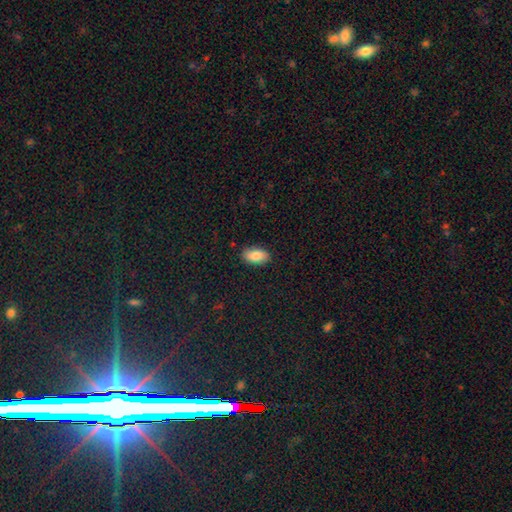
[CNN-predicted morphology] smooth-or-featured: smooth: 86% | featured or disk: 7% | star or artifact: 7%
  how-rounded: in between: 93% | round: 3% | cigar-shaped: 3%
  merging: none: 87% | minor disturbance: 9% | major disturbance: 2% | merger: 1%